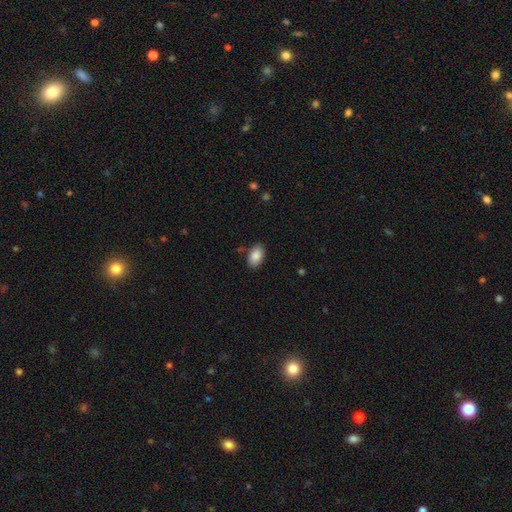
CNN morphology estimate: This is clearly a smooth galaxy (88%). How rounded: clearly in between (93%). Merging: clearly none (85%).